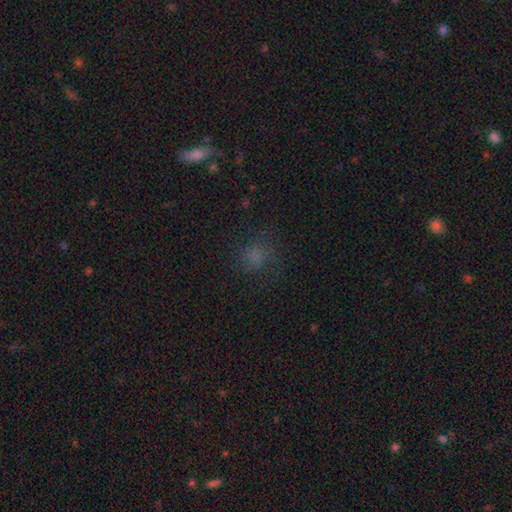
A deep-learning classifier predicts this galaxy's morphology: This appears to be a smooth galaxy with no disk features (68%) that is round (77%). Merging: none (68%).